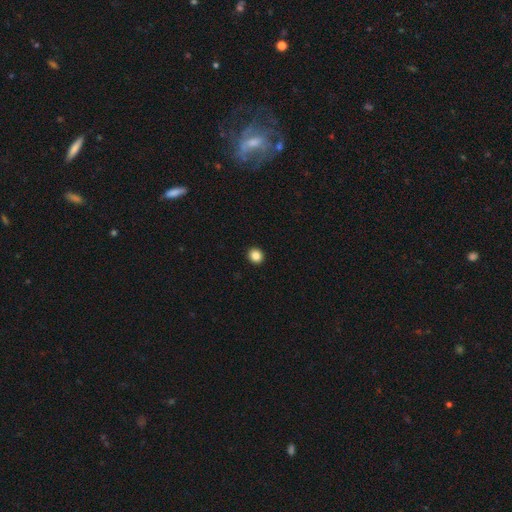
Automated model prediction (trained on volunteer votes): Smooth or featured: smooth — 86% (star or artifact — 10%)
How rounded: round — 83% (in between — 16%)
Merging: none — 93% (minor disturbance — 4%)